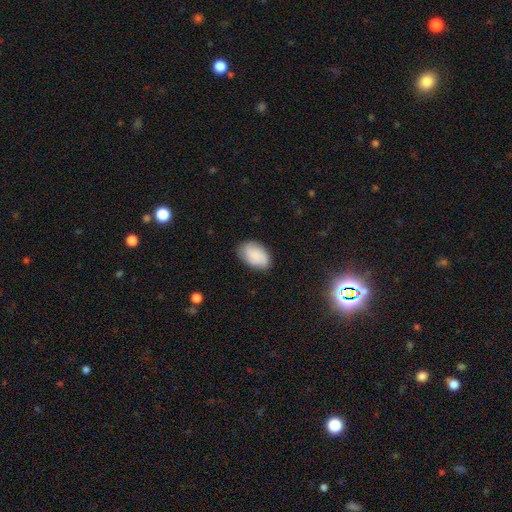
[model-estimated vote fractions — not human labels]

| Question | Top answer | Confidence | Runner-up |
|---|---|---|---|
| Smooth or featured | smooth | 79% | featured or disk (14%) |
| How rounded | in between | 91% | round (7%) |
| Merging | none | 79% | minor disturbance (16%) |